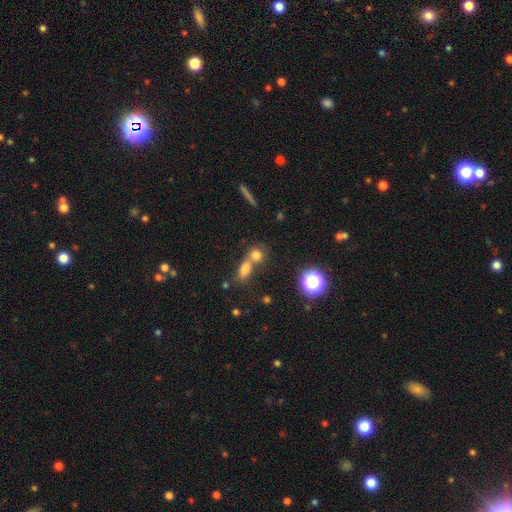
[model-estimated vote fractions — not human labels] Smooth or featured? smooth (73%)
How rounded? round (59%)
Merging? merger (52%)